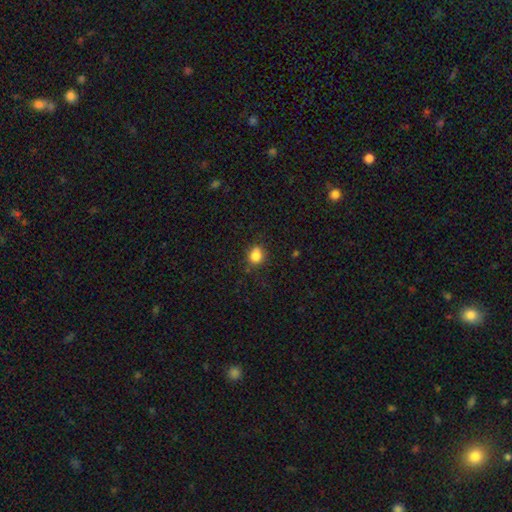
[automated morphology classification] smooth 84%, star or artifact 11%, featured or disk 5%. Down the decision tree: how rounded — round (68%); merging — none (80%).